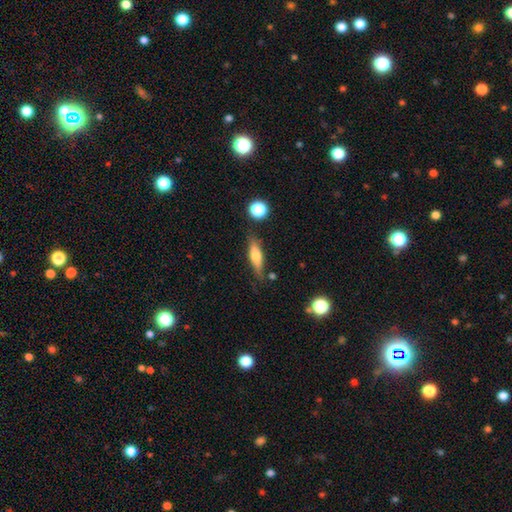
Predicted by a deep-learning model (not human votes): smooth_or_featured: smooth (p=0.59) [alt: featured or disk p=0.34]
how_rounded: cigar-shaped (p=0.59) [alt: in between p=0.37]
merging: none (p=0.74) [alt: minor disturbance p=0.17]